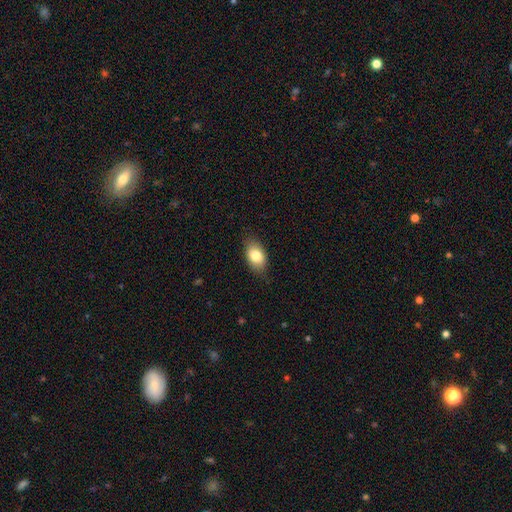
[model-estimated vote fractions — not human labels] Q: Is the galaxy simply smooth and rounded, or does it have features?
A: smooth — 81%.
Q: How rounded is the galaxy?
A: in between — 87%.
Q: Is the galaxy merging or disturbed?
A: none — 78%.